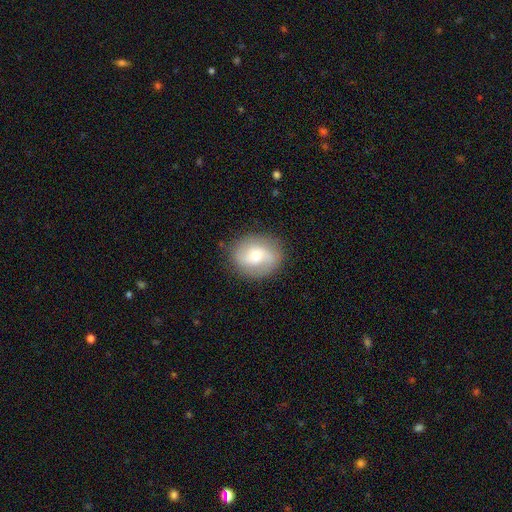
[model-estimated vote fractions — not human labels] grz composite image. It shows a featured or disk galaxy (53%) with no bar (51%), spiral arms (81%) and a moderate central bulge (61%). Merging: none (84%).